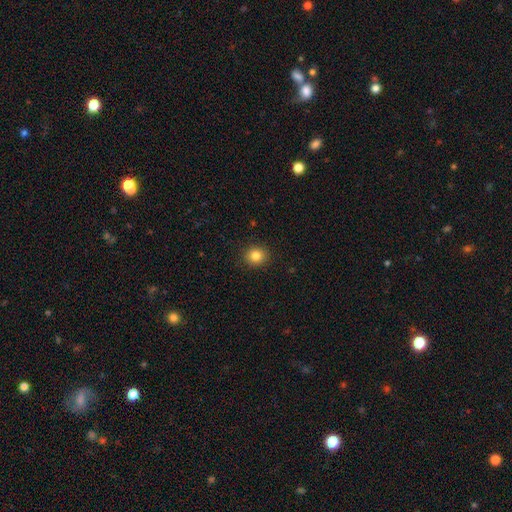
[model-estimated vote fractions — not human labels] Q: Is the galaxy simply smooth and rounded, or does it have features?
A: smooth — 83%.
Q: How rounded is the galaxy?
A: round — 85%.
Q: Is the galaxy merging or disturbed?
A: none — 91%.